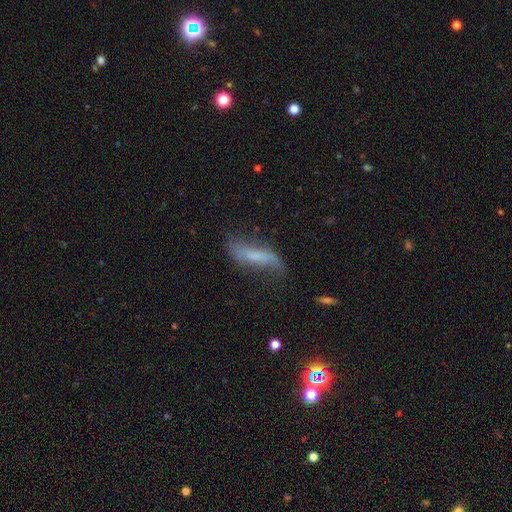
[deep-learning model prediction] A featured or disk galaxy (52%). Merging: none (47%).